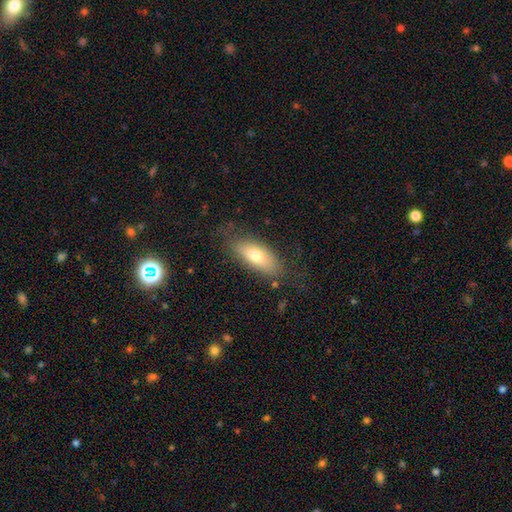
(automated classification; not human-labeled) Smooth or featured? smooth (70%)
How rounded? in between (79%)
Merging? none (75%)